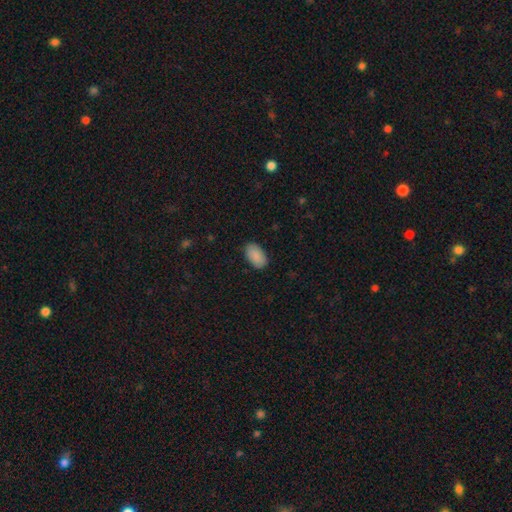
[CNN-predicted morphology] A smooth galaxy with no disk features (89%) that is in between round and cigar-shaped (94%). Merging: none (85%).